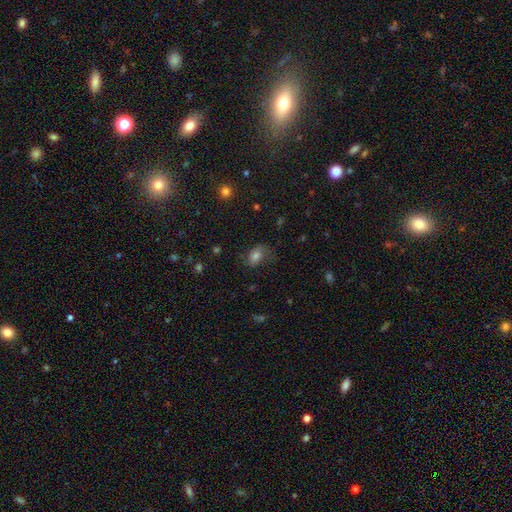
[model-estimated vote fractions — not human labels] The model was most divided on "merging": none: 57%, minor disturbance: 24%, major disturbance: 17%, merger: 2%. More confident: how rounded — in between (80%); smooth or featured — smooth (65%).